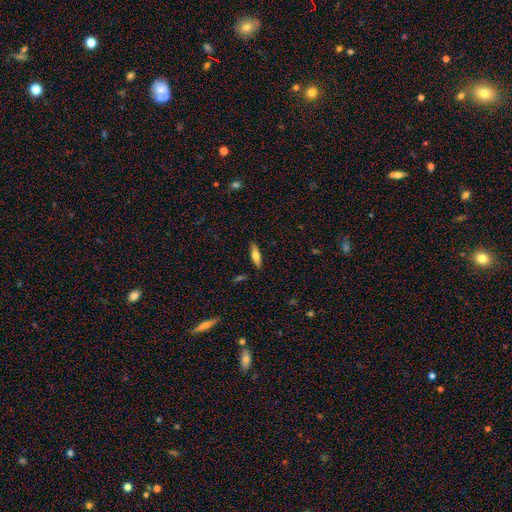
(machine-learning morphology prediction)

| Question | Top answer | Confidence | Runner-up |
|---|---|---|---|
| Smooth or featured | smooth | 64% | featured or disk (30%) |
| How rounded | cigar-shaped | 52% | in between (45%) |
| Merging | none | 87% | minor disturbance (9%) |